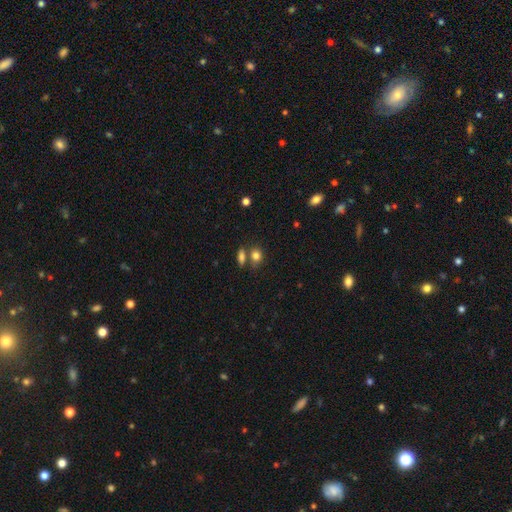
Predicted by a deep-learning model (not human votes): smooth 81%, star or artifact 11%, featured or disk 8%. Down the decision tree: how rounded — in between (49%); merging — none (55%).